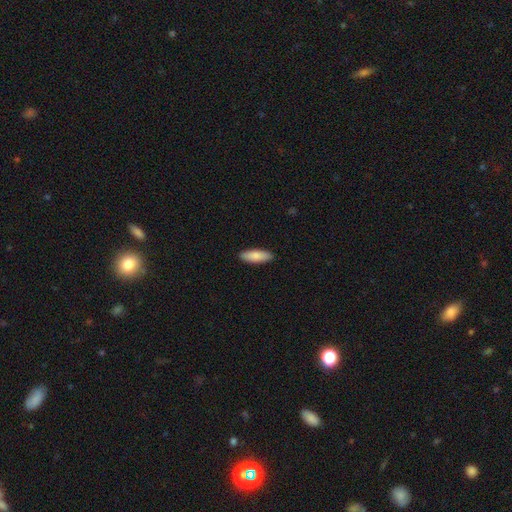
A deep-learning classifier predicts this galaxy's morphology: smooth 84%, featured or disk 10%, star or artifact 5%. Down the decision tree: how rounded — in between (55%); merging — none (91%).